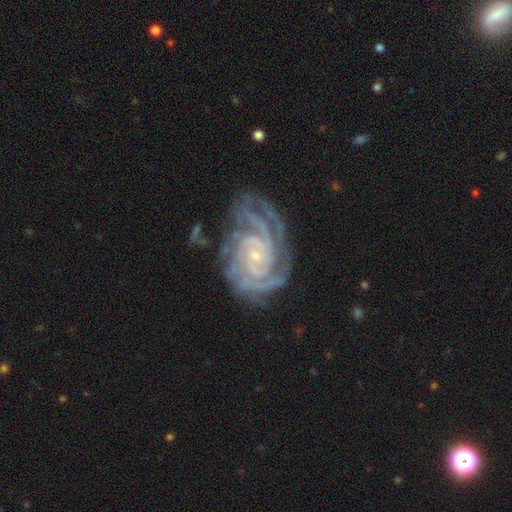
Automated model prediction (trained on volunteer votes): smooth_or_featured: featured or disk (p=0.91) [alt: star or artifact p=0.05]
disk_edge_on: no (p=0.98) [alt: yes p=0.02]
bar: no (p=0.70) [alt: weak p=0.21]
has_spiral_arms: yes (p=0.98) [alt: no p=0.02]
spiral_winding: tight (p=0.76) [alt: medium p=0.22]
spiral_arm_count: 4 (p=0.26) [tied with: 3 p=0.26]
bulge_size: small (p=0.84) [alt: moderate p=0.11]
merging: none (p=0.69) [alt: minor disturbance p=0.20]